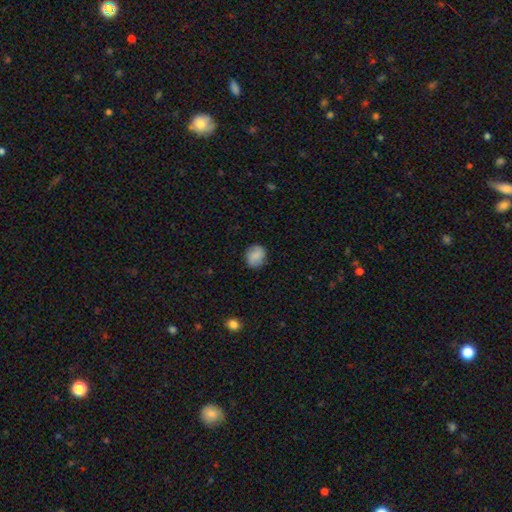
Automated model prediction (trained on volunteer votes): This is likely a smooth galaxy (79%). How rounded: likely round (72%). Merging: clearly none (83%).